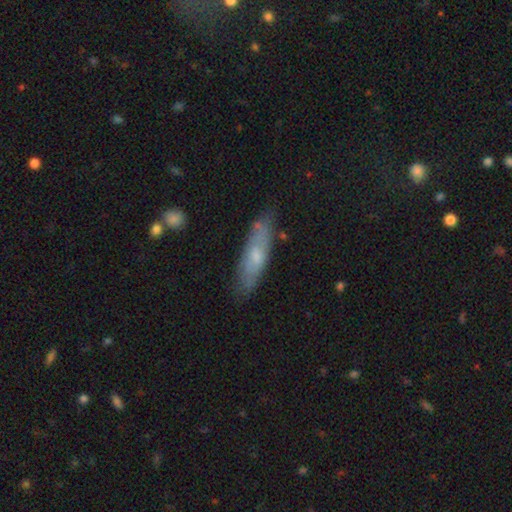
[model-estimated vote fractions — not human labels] Smooth or featured?
  - smooth: 51% *
  - featured or disk: 42%
  - star or artifact: 7%
How rounded?
  - cigar-shaped: 64% *
  - in between: 34%
  - round: 2%
Merging?
  - none: 75% *
  - minor disturbance: 19%
  - major disturbance: 4%
  - merger: 2%